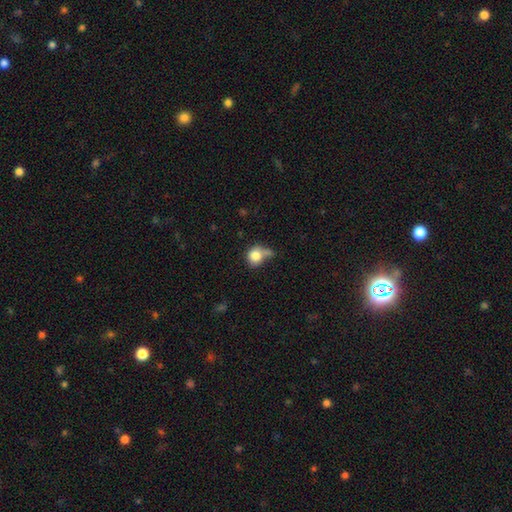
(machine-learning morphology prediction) Q: Smooth or featured?
A: smooth (80%); runner-up: featured or disk (10%)
Q: How rounded?
A: round (75%); runner-up: in between (24%)
Q: Merging?
A: none (38%); runner-up: minor disturbance (26%)